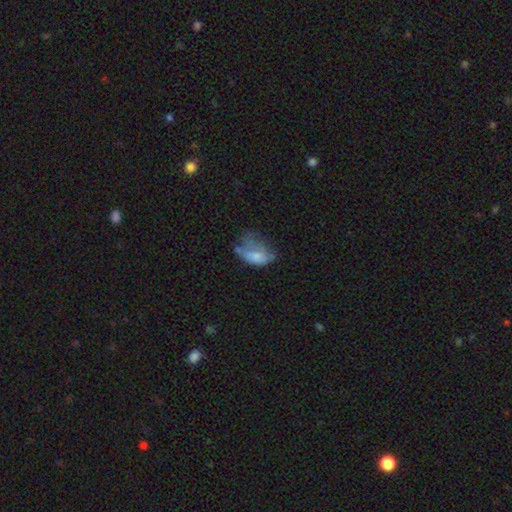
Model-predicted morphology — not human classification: Q: Smooth or featured?
A: smooth (57%); runner-up: featured or disk (31%)
Q: How rounded?
A: in between (86%); runner-up: round (11%)
Q: Merging?
A: major disturbance (45%); runner-up: minor disturbance (25%)